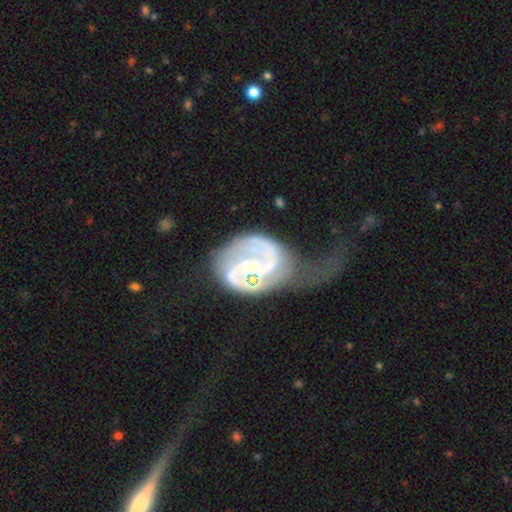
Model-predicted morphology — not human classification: This appears to be a featured or disk galaxy (87%) with no bar (42%), 2 (72%) medium (42%) spiral arms (94%) and a small central bulge (56%). Merging: major disturbance (46%).